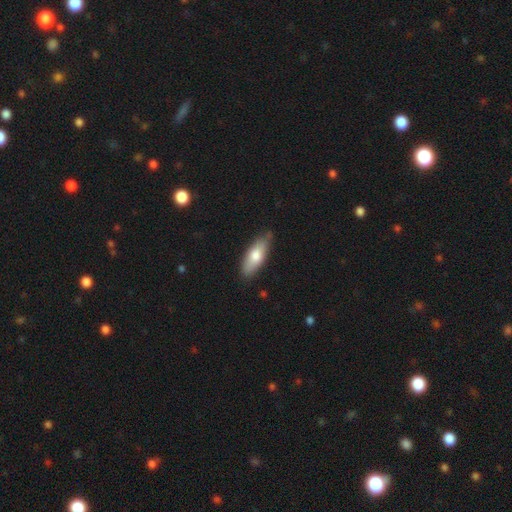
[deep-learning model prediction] Overall: smooth (72%). How rounded: in between (68%; cigar-shaped 30%). Merging: none (80%).